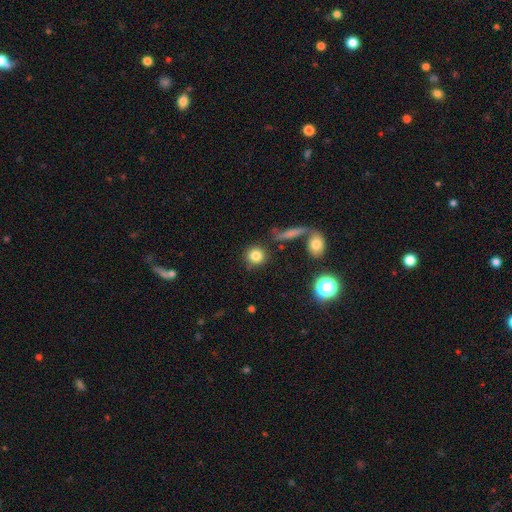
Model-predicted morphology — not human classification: This appears to be a smooth galaxy with no disk features (82%) that is round (88%). Merging: none (81%).